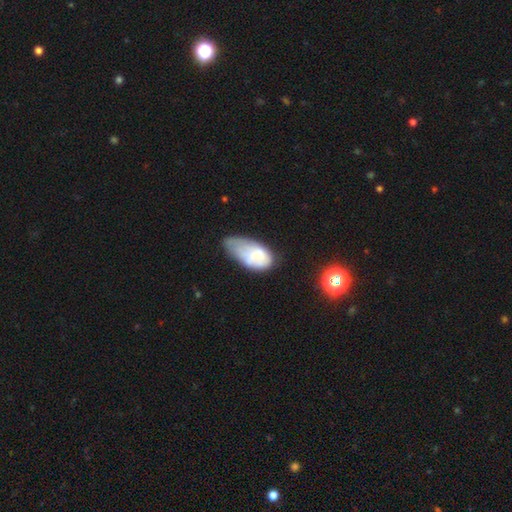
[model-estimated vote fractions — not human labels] Smooth or featured? smooth (69%)
How rounded? in between (93%)
Merging? minor disturbance (42%)